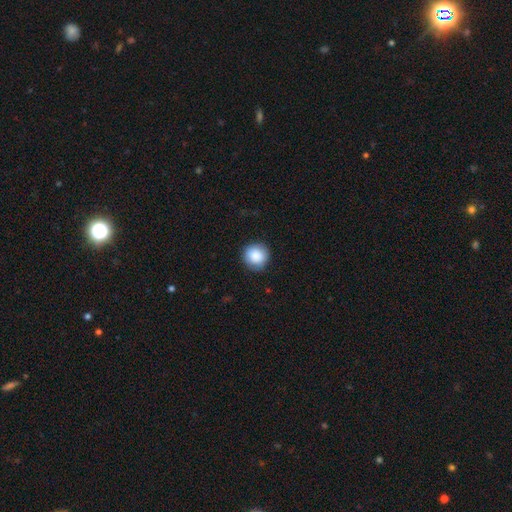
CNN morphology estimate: smooth-or-featured: smooth: 87% | star or artifact: 7% | featured or disk: 5%
  how-rounded: round: 94% | in between: 5% | cigar-shaped: 1%
  merging: none: 87% | minor disturbance: 9% | major disturbance: 2% | merger: 1%